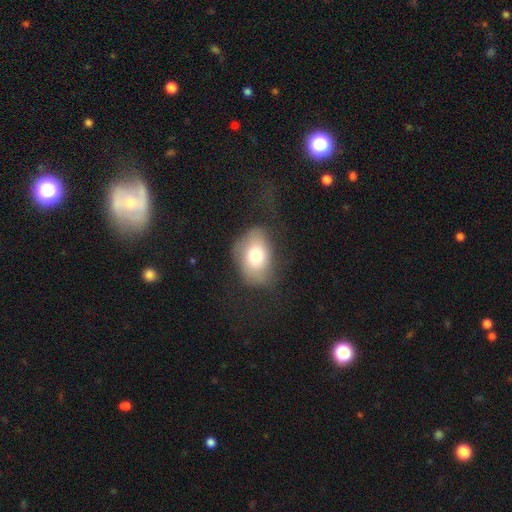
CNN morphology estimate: smooth-or-featured: smooth: 69% | featured or disk: 21% | star or artifact: 10%
  how-rounded: in between: 74% | round: 25% | cigar-shaped: 1%
  merging: none: 53% | minor disturbance: 26% | major disturbance: 20% | merger: 2%